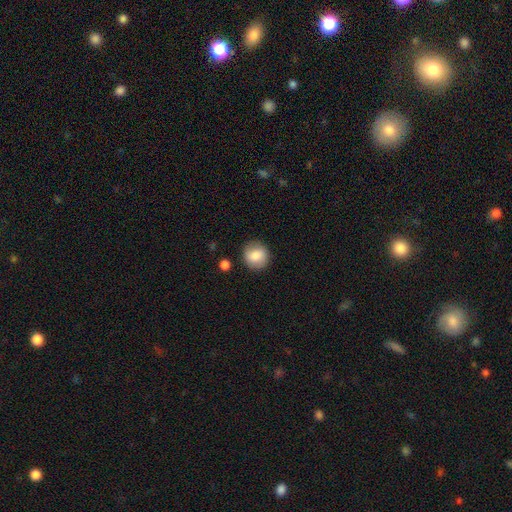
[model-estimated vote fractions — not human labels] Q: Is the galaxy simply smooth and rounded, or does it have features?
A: smooth — 84%.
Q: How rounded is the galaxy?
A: round — 89%.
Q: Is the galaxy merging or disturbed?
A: none — 85%.